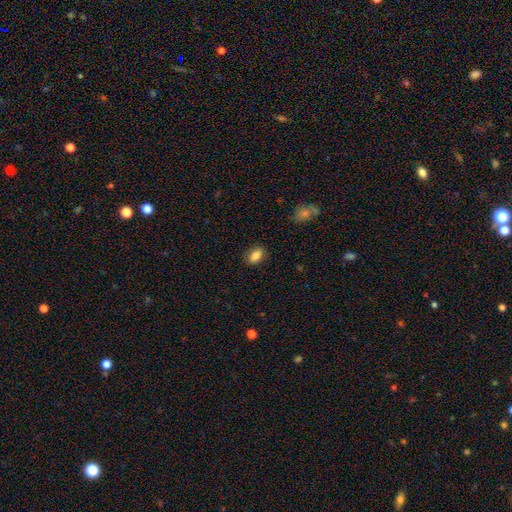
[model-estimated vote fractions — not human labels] This appears to be a smooth galaxy with no disk features (86%) that is in between round and cigar-shaped (83%). Merging: none (87%).